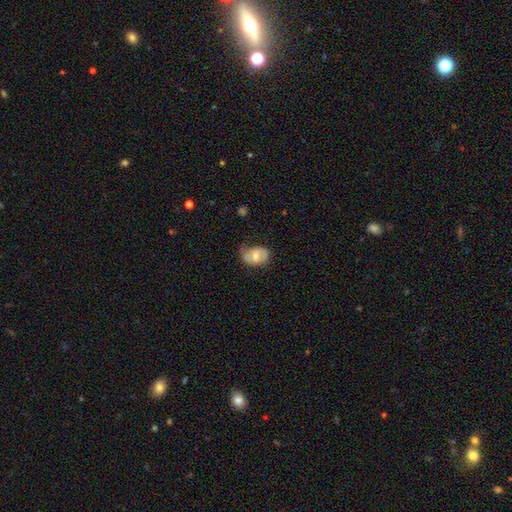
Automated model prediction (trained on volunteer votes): Q: Smooth or featured?
A: smooth (57%); runner-up: featured or disk (36%)
Q: How rounded?
A: in between (75%); runner-up: round (23%)
Q: Merging?
A: none (55%); runner-up: minor disturbance (32%)